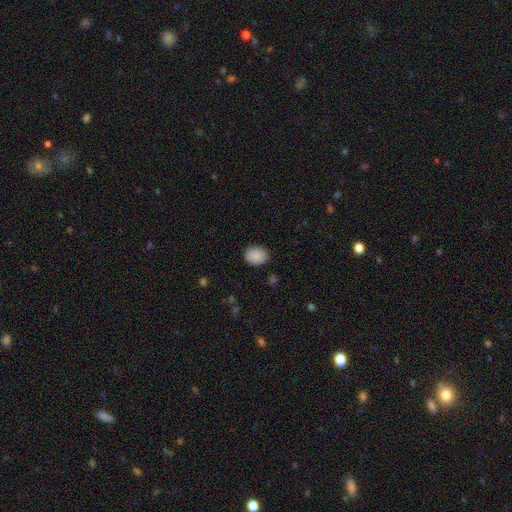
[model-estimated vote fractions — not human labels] Morphology: type=smooth (89%); roundness=in between (54%); merging=none (86%).